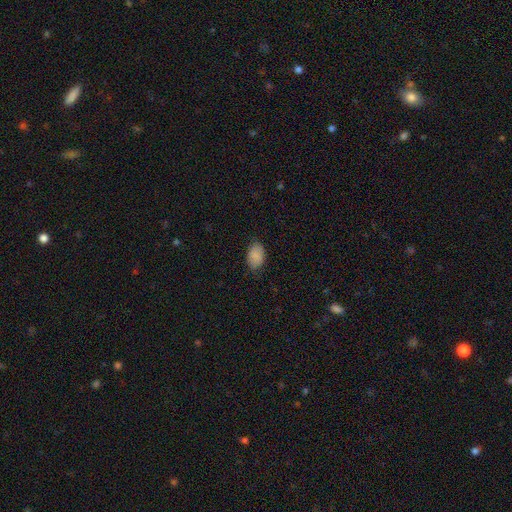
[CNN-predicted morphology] smooth-or-featured: smooth: 86% | star or artifact: 8% | featured or disk: 7%
  how-rounded: in between: 88% | round: 11% | cigar-shaped: 1%
  merging: none: 78% | minor disturbance: 17% | major disturbance: 3% | merger: 1%